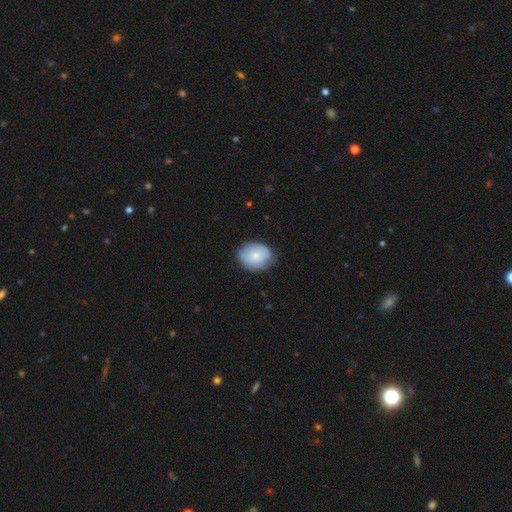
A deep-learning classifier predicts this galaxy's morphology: The model was most divided on "how rounded": in between: 51%, round: 48%, cigar-shaped: 1%. More confident: merging — none (73%); smooth or featured — smooth (71%).